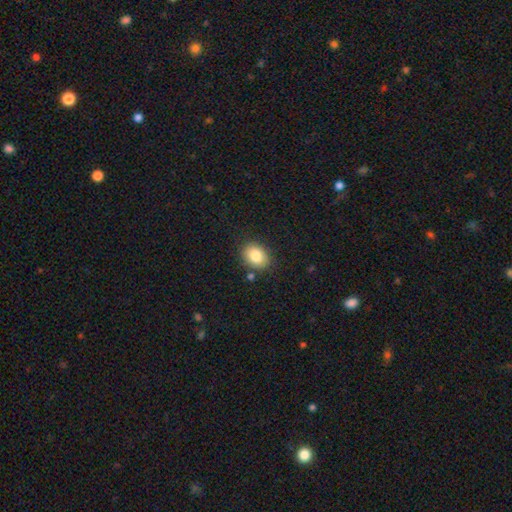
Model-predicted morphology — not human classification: smooth_or_featured: smooth (p=0.83) [alt: star or artifact p=0.09]
how_rounded: in between (p=0.59) [alt: round p=0.40]
merging: none (p=0.82) [alt: minor disturbance p=0.12]